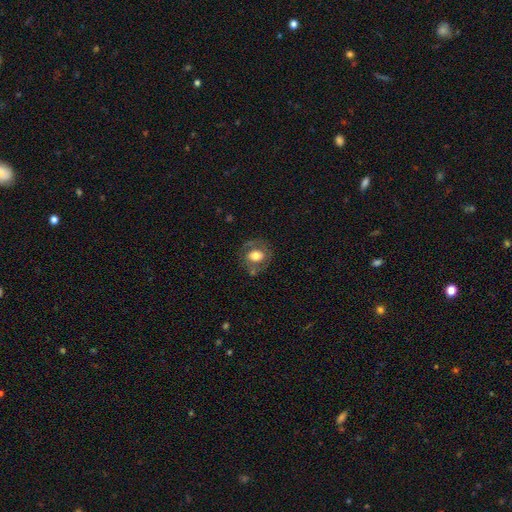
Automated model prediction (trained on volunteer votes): smooth-or-featured: smooth: 49% | featured or disk: 43% | star or artifact: 8%
  merging: none: 66% | minor disturbance: 19% | major disturbance: 11% | merger: 4%